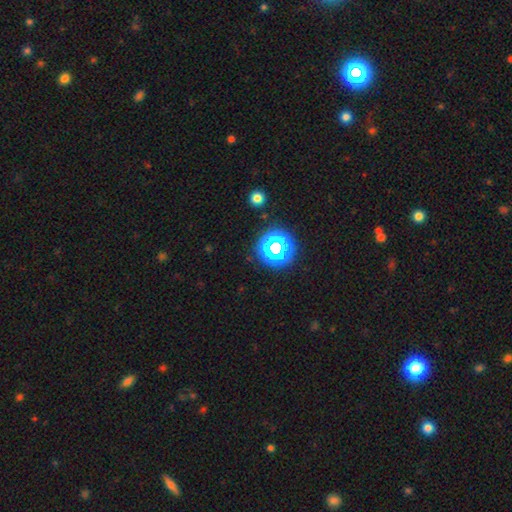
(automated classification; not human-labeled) Smooth or featured? star or artifact (56%)